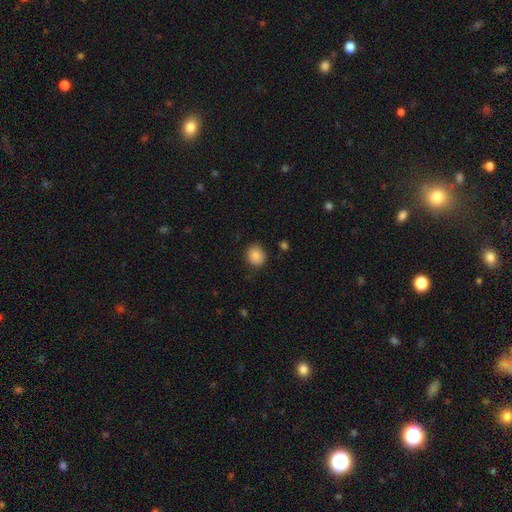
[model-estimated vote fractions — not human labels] Overall: smooth (88%). How rounded: round (78%). Merging: none (83%).